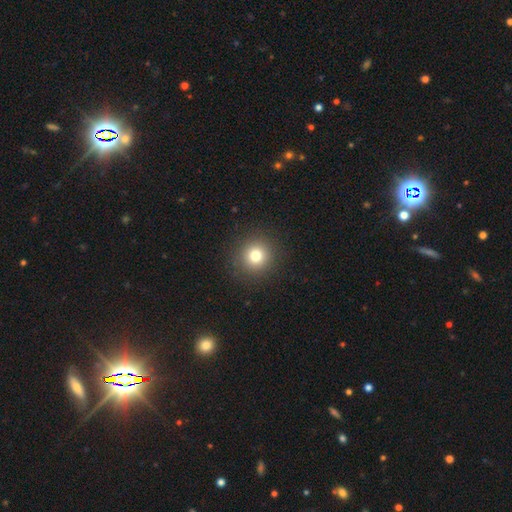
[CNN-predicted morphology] Smooth or featured?
  - smooth: 78% *
  - star or artifact: 14%
  - featured or disk: 8%
How rounded?
  - round: 94% *
  - in between: 5%
  - cigar-shaped: 1%
Merging?
  - none: 91% *
  - minor disturbance: 5%
  - major disturbance: 2%
  - merger: 1%